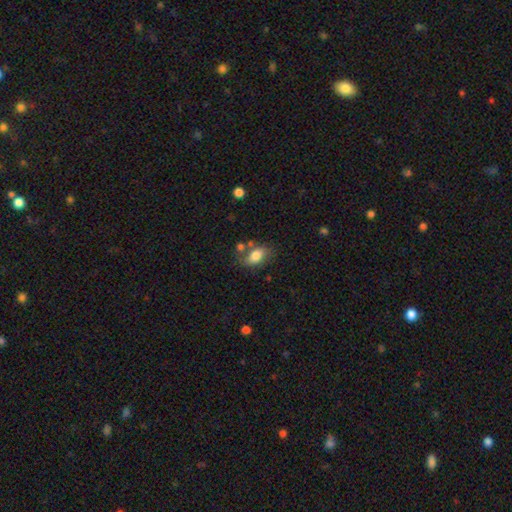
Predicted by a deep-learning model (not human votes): Smooth or featured? smooth (78%)
How rounded? in between (88%)
Merging? none (65%)